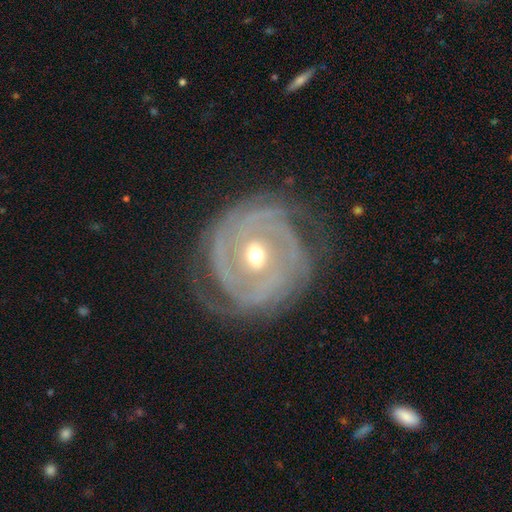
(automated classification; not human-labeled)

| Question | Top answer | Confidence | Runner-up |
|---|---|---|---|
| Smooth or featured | featured or disk | 88% | smooth (7%) |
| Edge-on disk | no | 97% | yes (3%) |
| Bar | no | 59% | weak (28%) |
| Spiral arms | yes | 95% | no (5%) |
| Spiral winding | tight | 77% | medium (18%) |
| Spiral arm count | can't tell | 28% | 2 (25%) |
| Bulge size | moderate | 62% | small (34%) |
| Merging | none | 71% | minor disturbance (18%) |